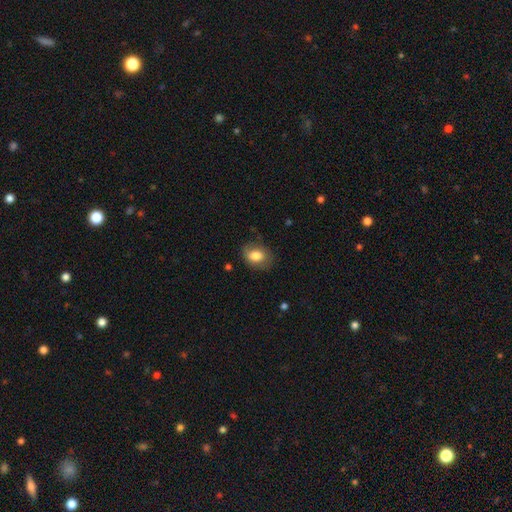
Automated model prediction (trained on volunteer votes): smooth 79%, featured or disk 13%, star or artifact 8%. Down the decision tree: how rounded — in between (69%); merging — none (73%).